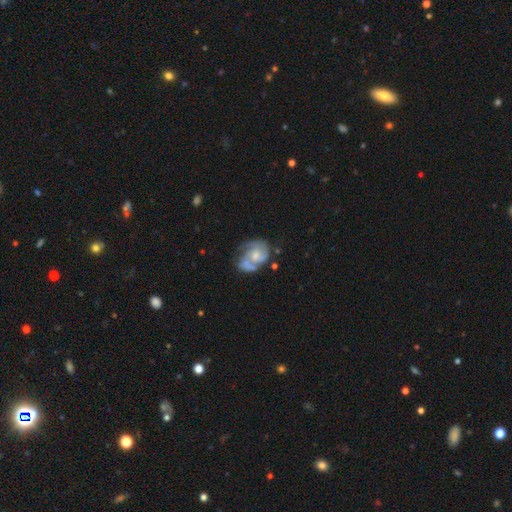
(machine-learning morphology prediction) Smooth or featured?
  - featured or disk: 79% *
  - smooth: 15%
  - star or artifact: 6%
Edge-on disk?
  - no: 98% *
  - yes: 2%
Bar?
  - no: 66% *
  - weak: 29%
  - strong: 4%
Spiral arms?
  - yes: 92% *
  - no: 8%
Spiral winding?
  - medium: 46% *
  - tight: 40%
  - loose: 15%
Spiral arm count?
  - 2: 57% *
  - 3: 18%
  - can't tell: 14%
  - 1: 6%
  - 4: 3%
  - more than 4: 2%
Bulge size?
  - moderate: 49% *
  - small: 38%
  - none: 7%
  - large: 5%
  - dominant: 1%
Merging?
  - none: 48% *
  - minor disturbance: 23%
  - major disturbance: 16%
  - merger: 13%